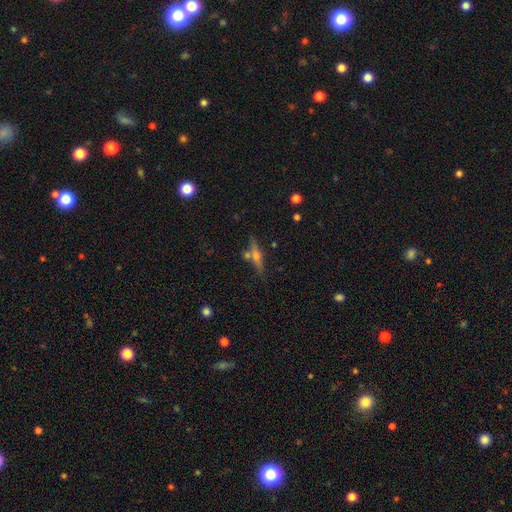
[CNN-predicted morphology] type=featured or disk (60%); edge-on=yes (94%); edge-on bulge=rounded (88%); merging=none (72%).